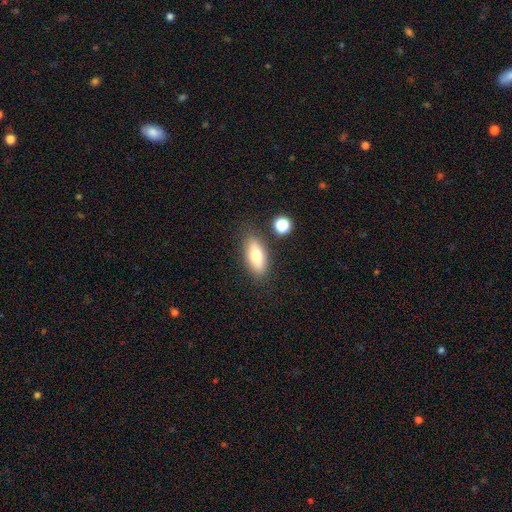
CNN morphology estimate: A smooth galaxy with no disk features (72%) that is in between round and cigar-shaped (80%). Merging: none (82%).